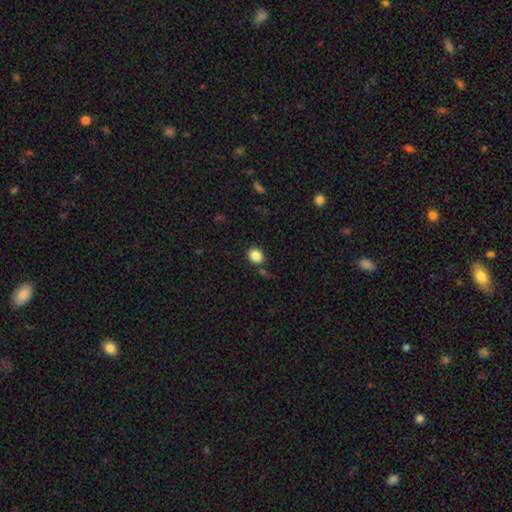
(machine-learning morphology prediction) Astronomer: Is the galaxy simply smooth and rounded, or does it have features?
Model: smooth — 86%.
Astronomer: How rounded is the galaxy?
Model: round — 61% (runner-up: in between, 38%).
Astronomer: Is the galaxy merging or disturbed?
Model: none — 80%.